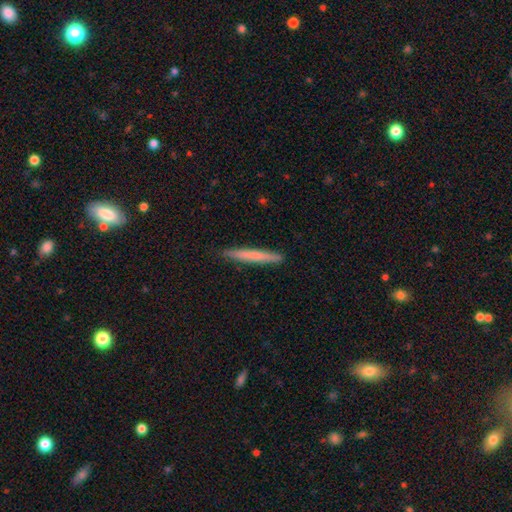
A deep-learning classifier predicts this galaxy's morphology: Smooth or featured: smooth — 69% (featured or disk — 26%)
How rounded: cigar-shaped — 97% (in between — 2%)
Merging: none — 90% (minor disturbance — 7%)